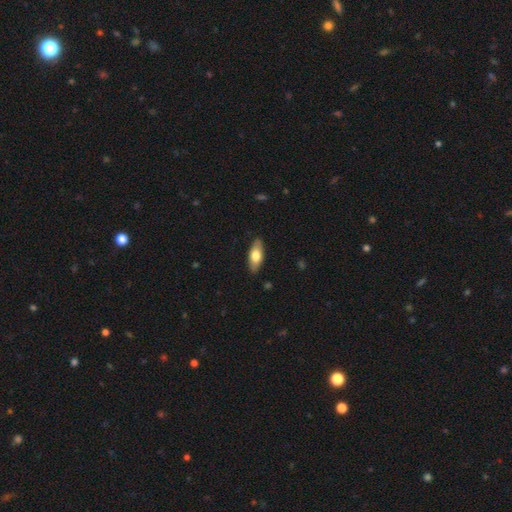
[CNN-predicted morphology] Q: Smooth or featured?
A: smooth (70%); runner-up: featured or disk (25%)
Q: How rounded?
A: in between (79%); runner-up: cigar-shaped (19%)
Q: Merging?
A: none (87%); runner-up: minor disturbance (10%)